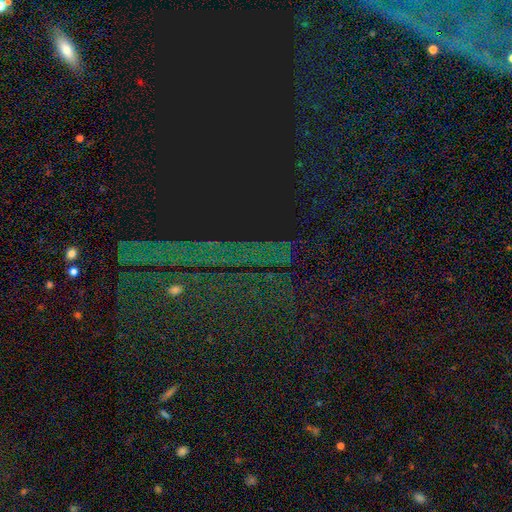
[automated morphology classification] Overall: star or artifact (82%).